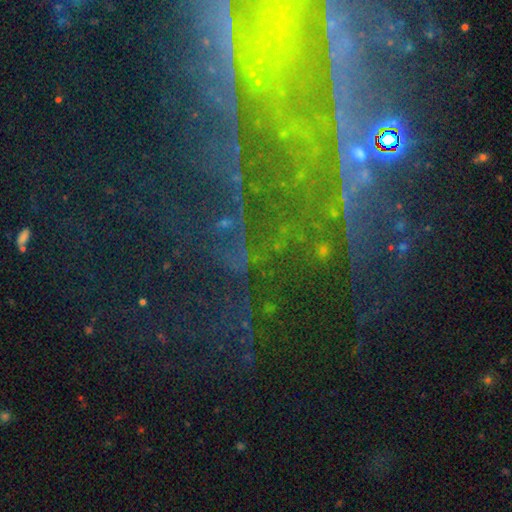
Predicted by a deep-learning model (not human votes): Q: Smooth or featured?
A: star or artifact (77%); runner-up: featured or disk (13%)